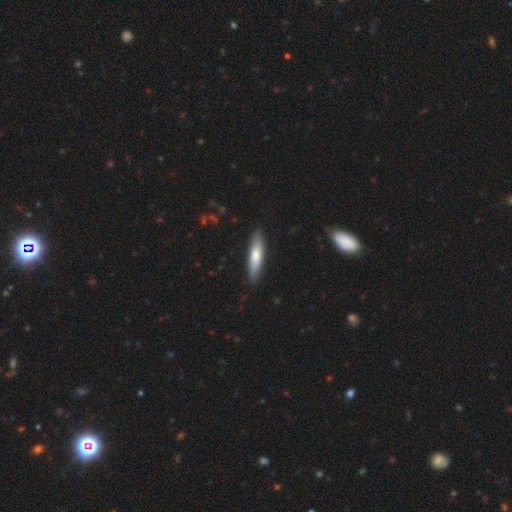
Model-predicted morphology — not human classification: A smooth galaxy with no disk features (70%) that is cigar-shaped (79%).

Vote fractions:
- Smooth or featured? smooth: 70% / featured or disk: 25% / star or artifact: 5%
- How rounded? cigar-shaped: 79% / in between: 19% / round: 1%
- Merging? none: 86% / minor disturbance: 11% / major disturbance: 2% / merger: 1%